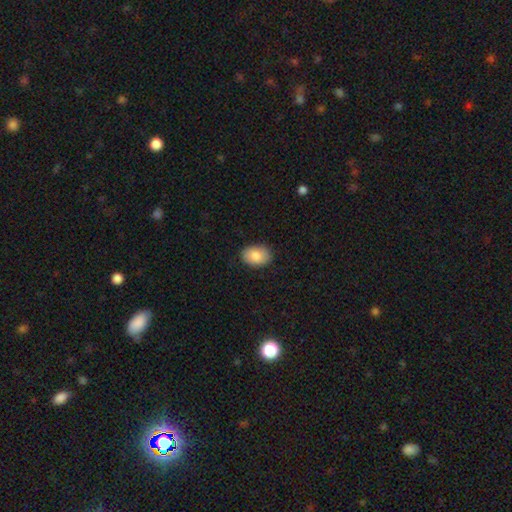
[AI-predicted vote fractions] Smooth or featured: smooth — 87% (star or artifact — 7%)
How rounded: in between — 83% (round — 16%)
Merging: none — 88% (minor disturbance — 9%)